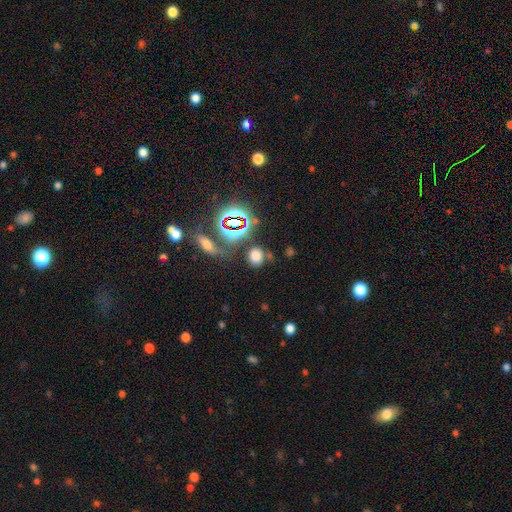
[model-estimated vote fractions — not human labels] The model was most divided on "how rounded": round: 54%, in between: 43%, cigar-shaped: 2%. More confident: merging — none (70%); smooth or featured — smooth (67%).